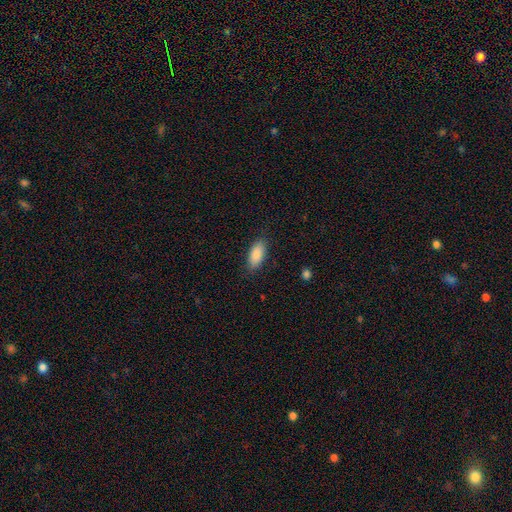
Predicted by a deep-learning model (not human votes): This appears to be a smooth galaxy with no disk features (88%) that is in between round and cigar-shaped (88%). Merging: none (85%).